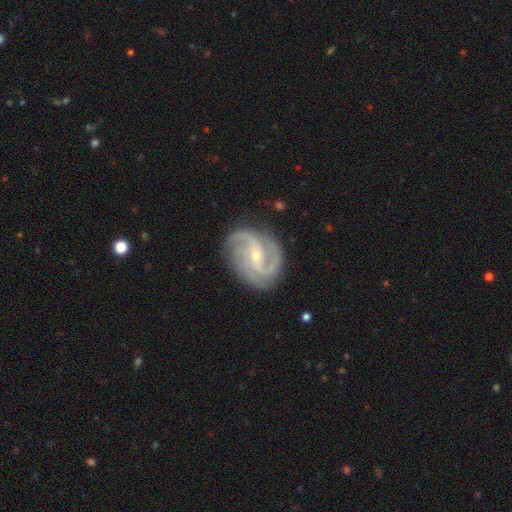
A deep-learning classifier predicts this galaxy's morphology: featured or disk 91%, star or artifact 5%, smooth 4%. Down the decision tree: edge-on disk — no (98%); bar — no (42%); spiral arms — yes (98%); spiral arm count — 3 (44%); spiral winding — medium (54%); bulge size — small (70%); merging — none (79%).